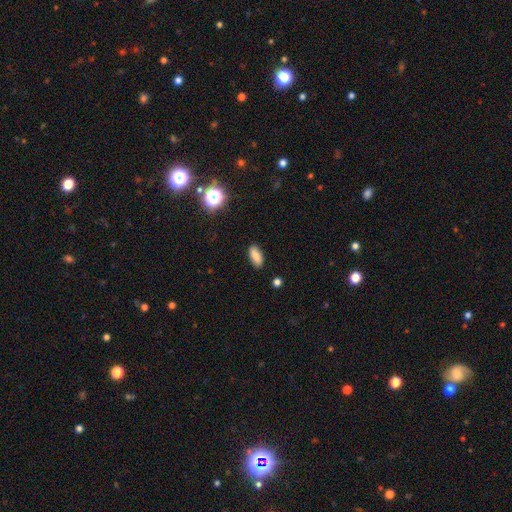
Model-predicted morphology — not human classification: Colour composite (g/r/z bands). It shows a smooth galaxy with no disk features (83%) that is in between round and cigar-shaped (87%). Merging: none (88%).